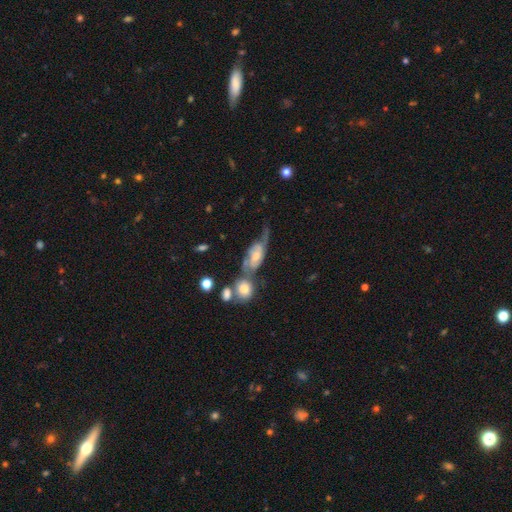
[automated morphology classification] Overall: featured or disk (65%; smooth 27%). Edge-on disk: no (89%). Bar: no (52%; weak 36%). Spiral arms: yes (84%). Bulge size: moderate (45%; small 32%). Merging: merger (34%; none 27%).